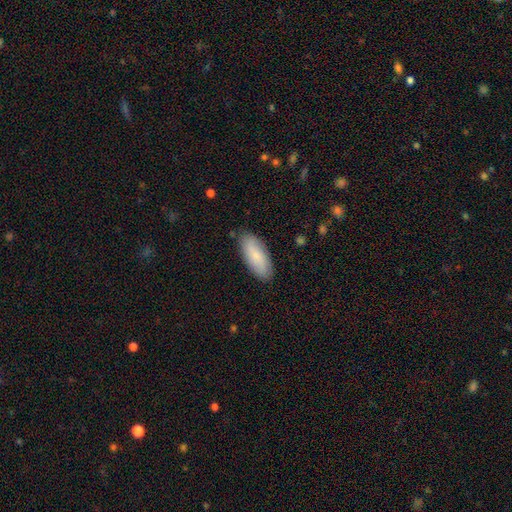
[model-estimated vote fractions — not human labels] This appears to be a smooth galaxy with no disk features (77%) that is in between round and cigar-shaped (82%). Merging: none (86%).